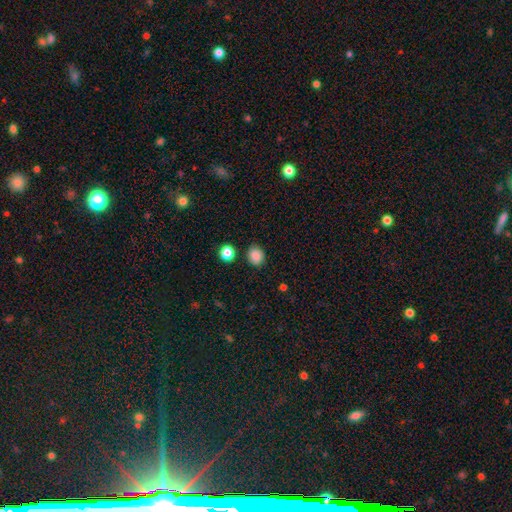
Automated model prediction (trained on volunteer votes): smooth_or_featured: smooth (p=0.85) [alt: star or artifact p=0.11]
how_rounded: round (p=0.68) [alt: in between p=0.31]
merging: none (p=0.83) [alt: minor disturbance p=0.11]